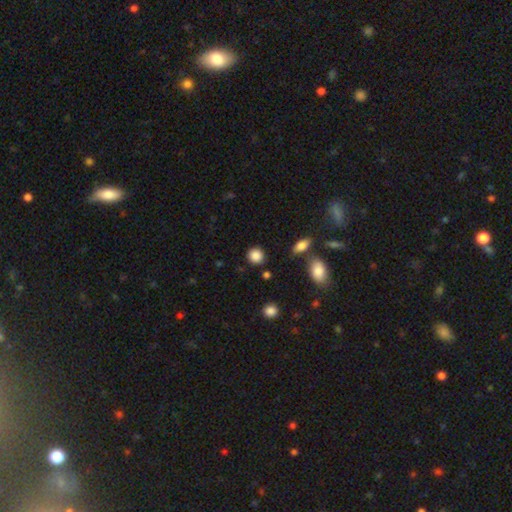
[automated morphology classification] This is clearly a smooth galaxy (87%). How rounded: clearly round (87%). Merging: clearly none (86%).